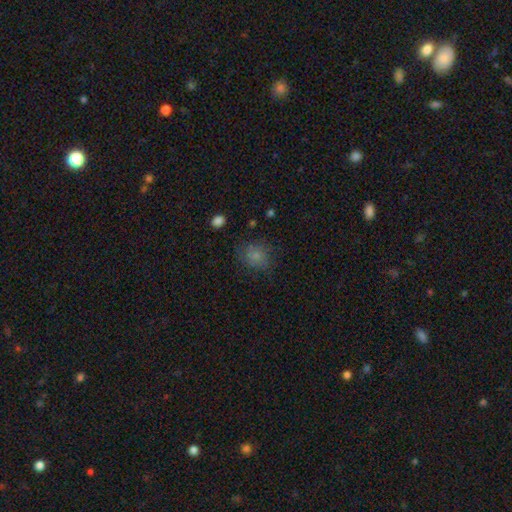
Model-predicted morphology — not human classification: This is likely a smooth galaxy (78%). How rounded: likely round (71%). Merging: likely none (72%).